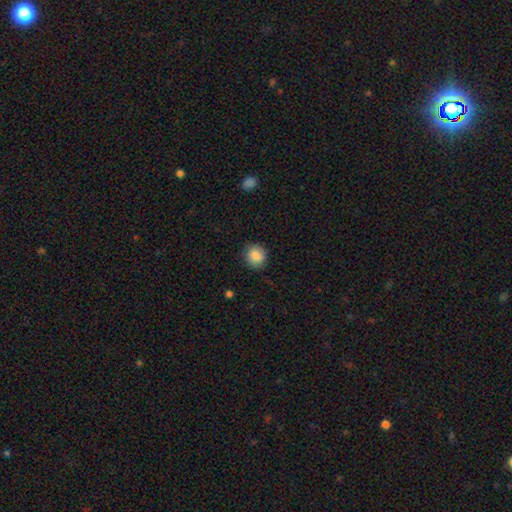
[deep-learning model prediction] smooth_or_featured: smooth (p=0.86) [alt: star or artifact p=0.08]
how_rounded: round (p=0.82) [alt: in between p=0.17]
merging: none (p=0.84) [alt: minor disturbance p=0.12]